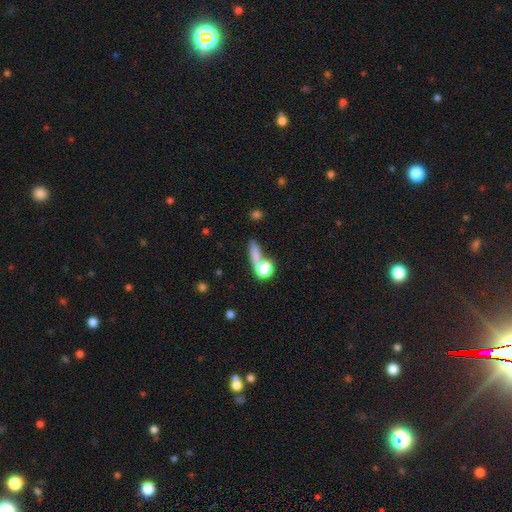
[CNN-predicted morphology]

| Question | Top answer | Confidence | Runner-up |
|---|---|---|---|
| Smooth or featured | smooth | 70% | star or artifact (16%) |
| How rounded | cigar-shaped | 50% | in between (25%) |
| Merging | none | 55% | merger (24%) |